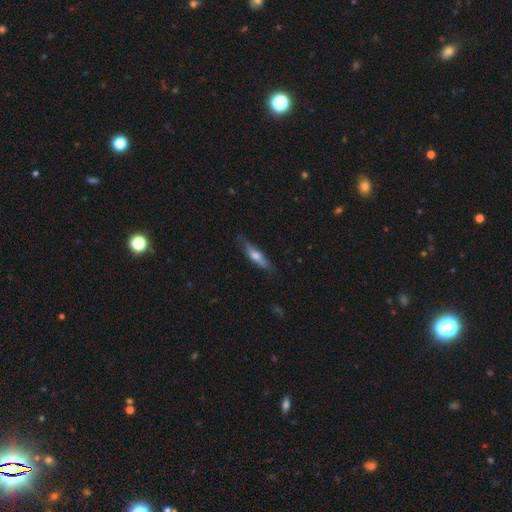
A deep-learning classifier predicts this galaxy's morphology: The model was most divided on "smooth or featured": smooth: 48%, featured or disk: 46%, star or artifact: 7%. More confident: merging — none (79%).